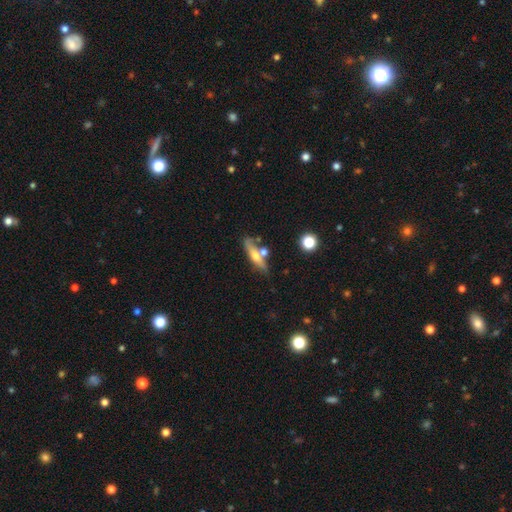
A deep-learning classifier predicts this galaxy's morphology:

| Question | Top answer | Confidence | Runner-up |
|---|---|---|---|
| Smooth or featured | smooth | 47% | featured or disk (45%) |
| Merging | none | 62% | merger (18%) |